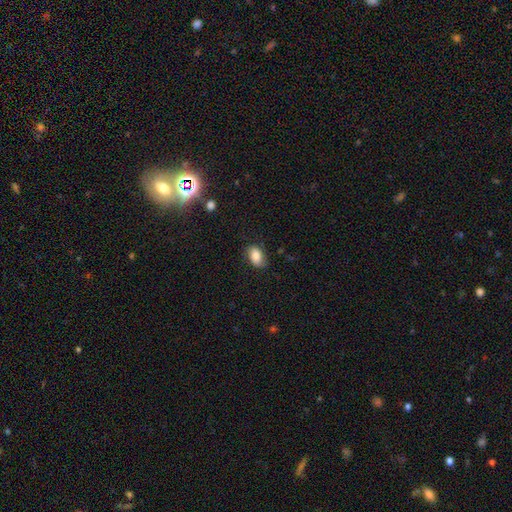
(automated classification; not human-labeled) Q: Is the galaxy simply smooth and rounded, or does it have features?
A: smooth — 79%.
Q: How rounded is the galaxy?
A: in between — 87%.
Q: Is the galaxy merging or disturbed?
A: none — 73%.